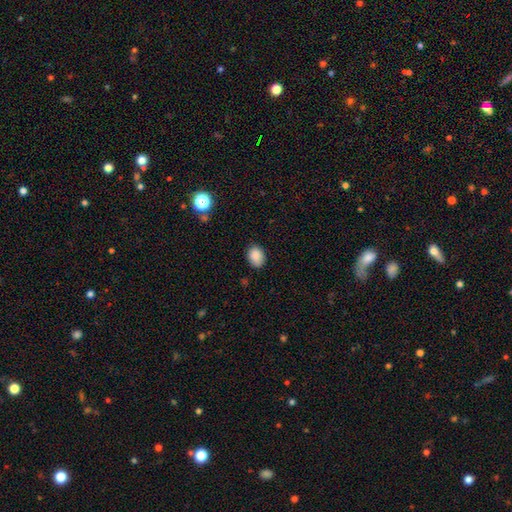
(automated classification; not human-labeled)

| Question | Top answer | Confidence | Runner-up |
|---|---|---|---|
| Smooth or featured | smooth | 88% | star or artifact (9%) |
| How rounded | in between | 67% | round (32%) |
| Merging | none | 83% | minor disturbance (13%) |